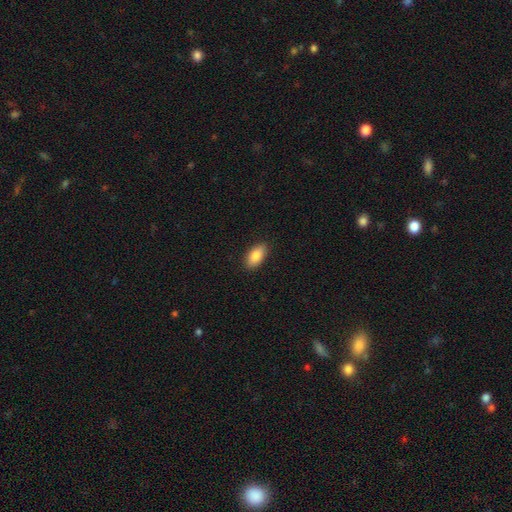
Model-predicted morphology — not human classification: smooth 85%, featured or disk 8%, star or artifact 7%. Down the decision tree: how rounded — in between (91%); merging — none (88%).